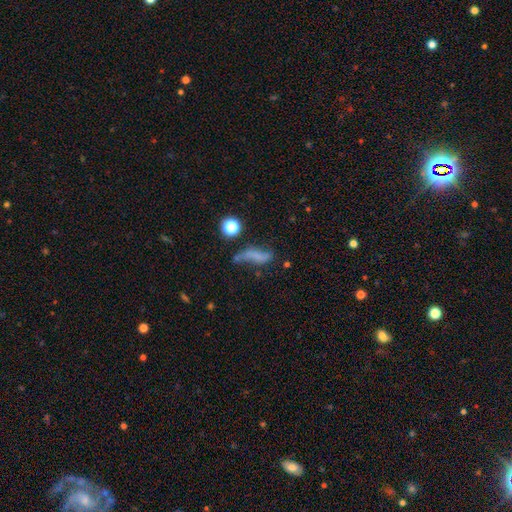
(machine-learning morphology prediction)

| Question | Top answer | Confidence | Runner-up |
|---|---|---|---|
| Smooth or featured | smooth | 46% | featured or disk (35%) |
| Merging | none | 39% | major disturbance (25%) |